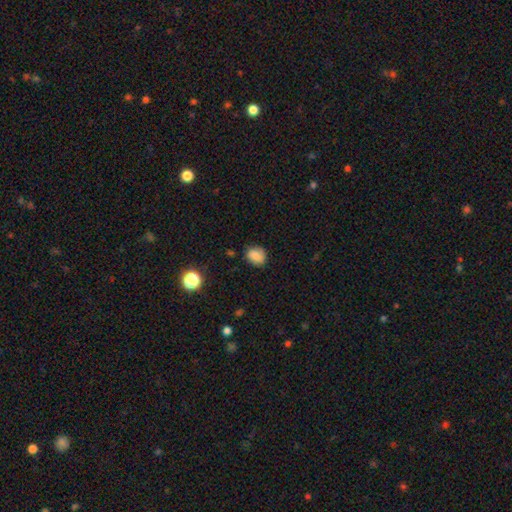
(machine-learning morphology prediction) smooth 82%, star or artifact 11%, featured or disk 7%. Down the decision tree: how rounded — round (55%); merging — none (77%).